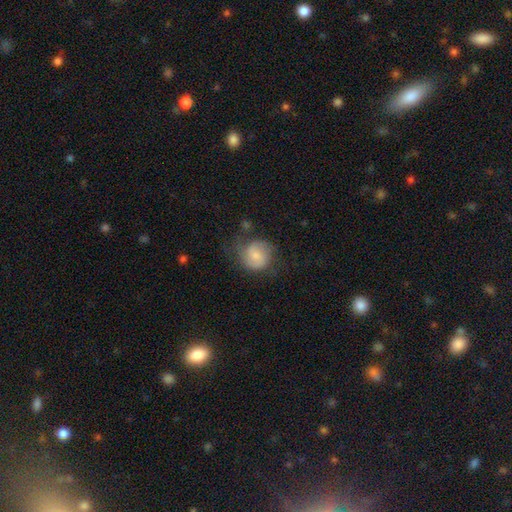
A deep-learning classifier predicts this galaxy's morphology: Smooth or featured? smooth (58%)
How rounded? round (83%)
Merging? none (54%)